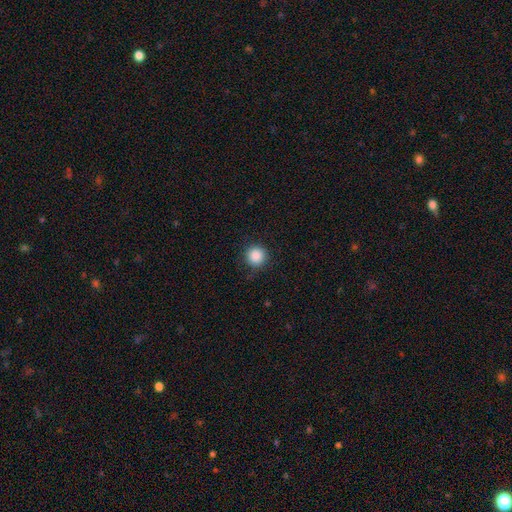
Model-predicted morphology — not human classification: smooth-or-featured: smooth: 88% | star or artifact: 10% | featured or disk: 3%
  how-rounded: round: 95% | in between: 4% | cigar-shaped: 1%
  merging: none: 88% | minor disturbance: 8% | major disturbance: 2% | merger: 1%